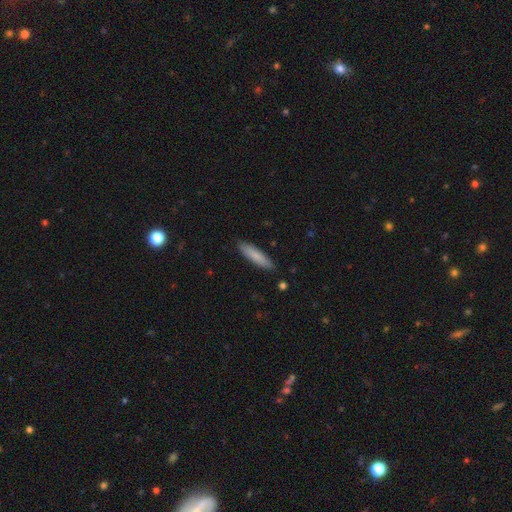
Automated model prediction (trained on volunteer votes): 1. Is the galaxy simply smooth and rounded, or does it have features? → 81% smooth, 13% featured or disk, 5% star or artifact.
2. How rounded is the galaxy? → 77% cigar-shaped, 22% in between, 1% round.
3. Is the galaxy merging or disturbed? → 88% none, 9% minor disturbance, 2% major disturbance, 1% merger.